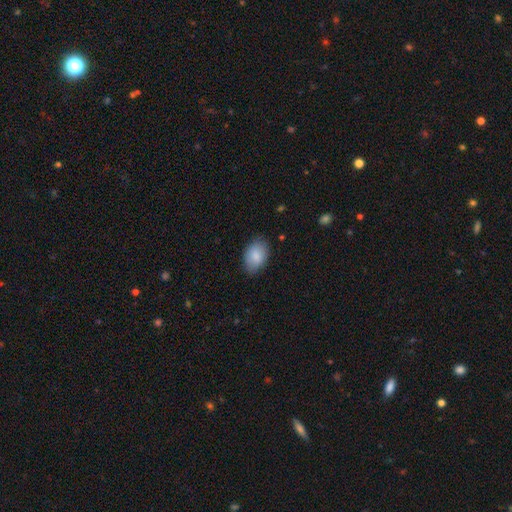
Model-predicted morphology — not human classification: type=smooth (86%); roundness=in between (89%); merging=none (81%).